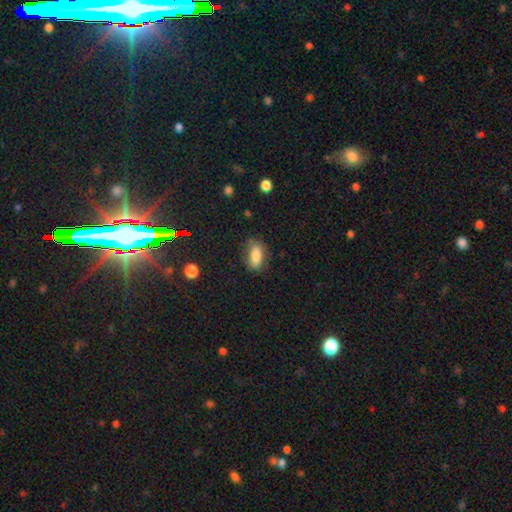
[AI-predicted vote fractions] smooth-or-featured: smooth: 82% | featured or disk: 9% | star or artifact: 9%
  how-rounded: in between: 85% | cigar-shaped: 10% | round: 5%
  merging: none: 73% | minor disturbance: 19% | major disturbance: 6% | merger: 2%